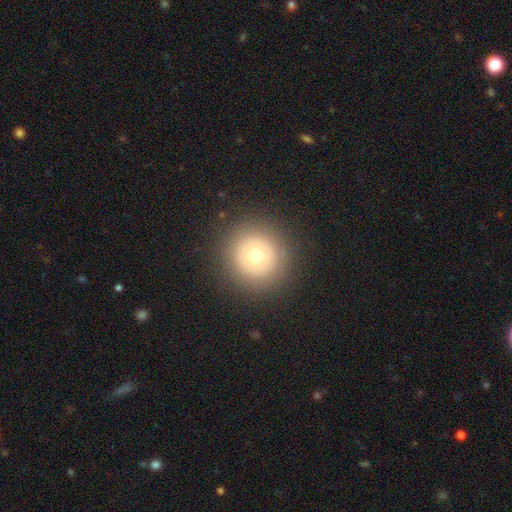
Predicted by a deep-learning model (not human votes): Smooth or featured? Predicted: smooth (p=0.68). How rounded? Predicted: round (p=0.95). Merging? Predicted: none (p=0.89).